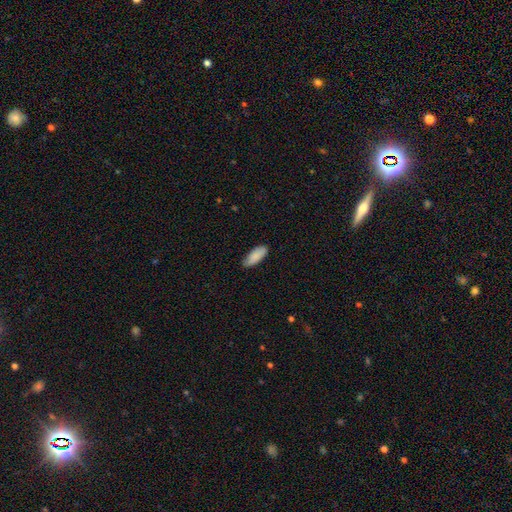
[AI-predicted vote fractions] Q: Smooth or featured?
A: smooth (89%); runner-up: featured or disk (6%)
Q: How rounded?
A: in between (77%); runner-up: cigar-shaped (21%)
Q: Merging?
A: none (83%); runner-up: minor disturbance (14%)